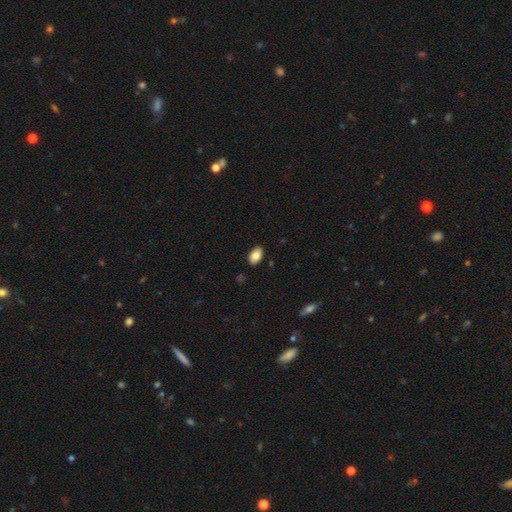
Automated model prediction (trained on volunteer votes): Morphology: type=smooth (83%); roundness=in between (92%); merging=none (87%).